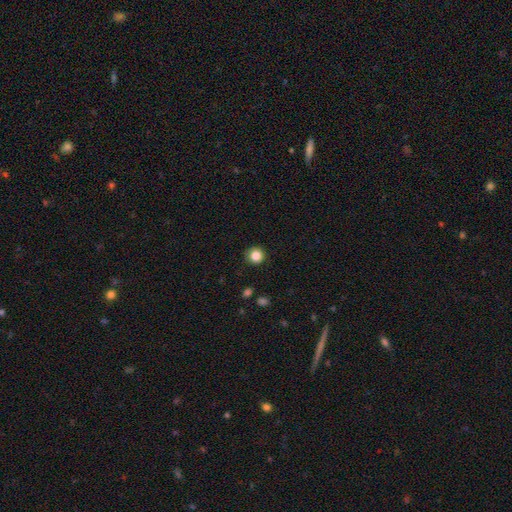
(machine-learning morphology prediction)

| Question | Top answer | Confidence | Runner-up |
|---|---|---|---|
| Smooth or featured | smooth | 85% | star or artifact (11%) |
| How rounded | round | 93% | in between (6%) |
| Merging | none | 88% | minor disturbance (9%) |